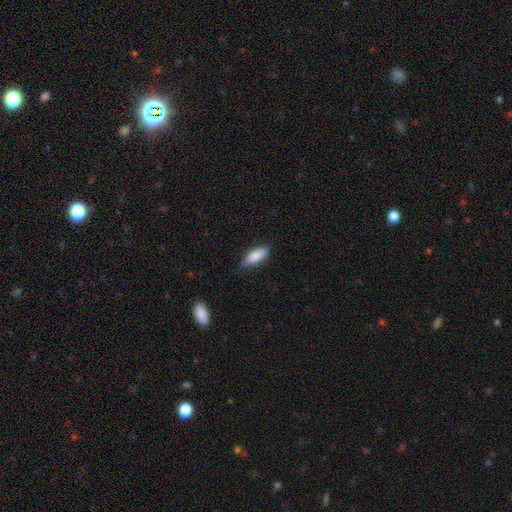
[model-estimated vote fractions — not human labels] Smooth or featured? Predicted: smooth (p=0.84). How rounded? Predicted: in between (p=0.76). Merging? Predicted: none (p=0.71).